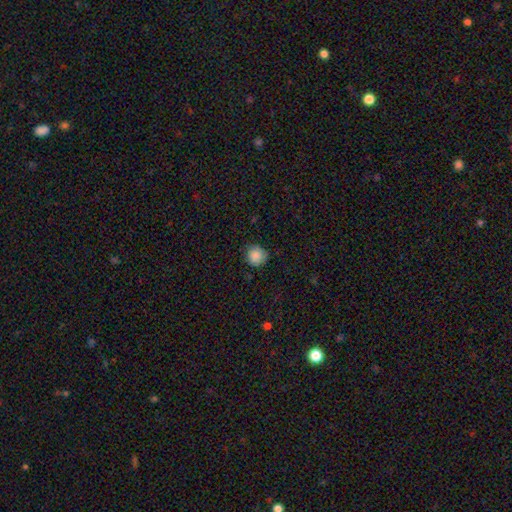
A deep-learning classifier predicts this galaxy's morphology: Q: Smooth or featured?
A: smooth (86%); runner-up: star or artifact (9%)
Q: How rounded?
A: round (90%); runner-up: in between (9%)
Q: Merging?
A: none (79%); runner-up: minor disturbance (17%)